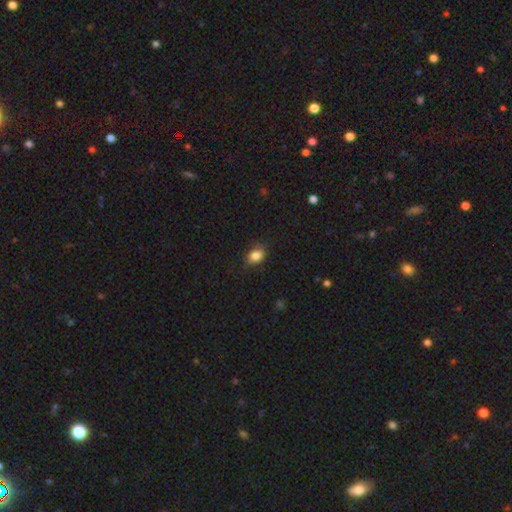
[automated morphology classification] A smooth galaxy with no disk features (84%) that is in between round and cigar-shaped (61%).

Vote fractions:
- Smooth or featured? smooth: 84% / star or artifact: 9% / featured or disk: 6%
- How rounded? in between: 61% / round: 38% / cigar-shaped: 1%
- Merging? none: 70% / minor disturbance: 23% / major disturbance: 6% / merger: 1%